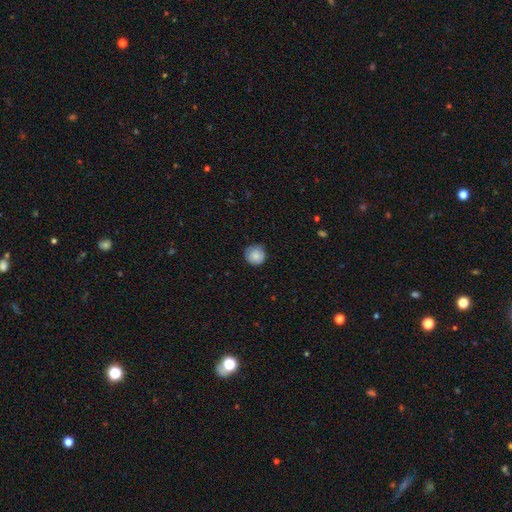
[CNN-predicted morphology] This is clearly a smooth galaxy (83%). How rounded: clearly round (94%). Merging: clearly none (80%).